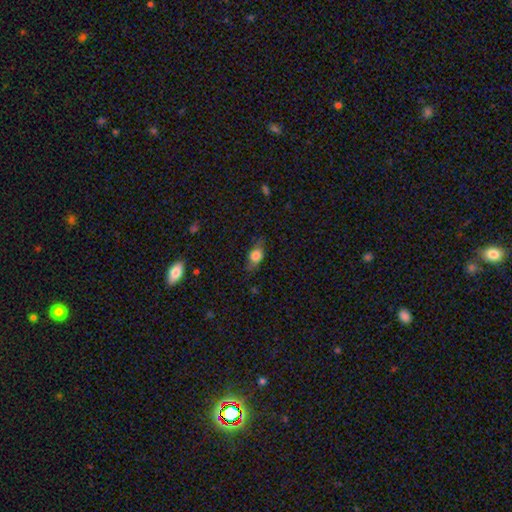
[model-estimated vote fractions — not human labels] Smooth or featured?
  - smooth: 70% *
  - featured or disk: 21%
  - star or artifact: 9%
How rounded?
  - in between: 70% *
  - round: 21%
  - cigar-shaped: 9%
Merging?
  - none: 72% *
  - minor disturbance: 20%
  - major disturbance: 7%
  - merger: 1%